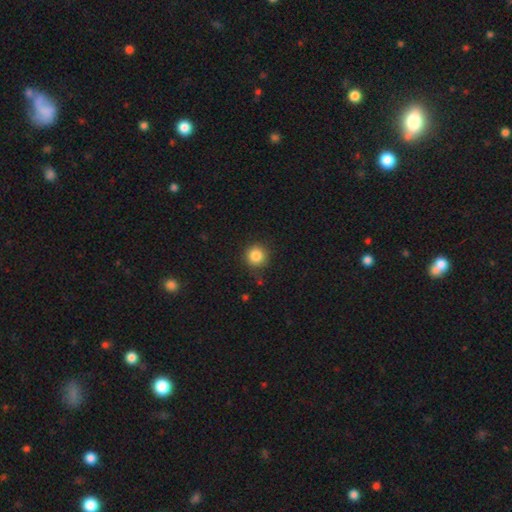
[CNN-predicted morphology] This is clearly a smooth galaxy (85%). How rounded: clearly round (94%). Merging: clearly none (86%).